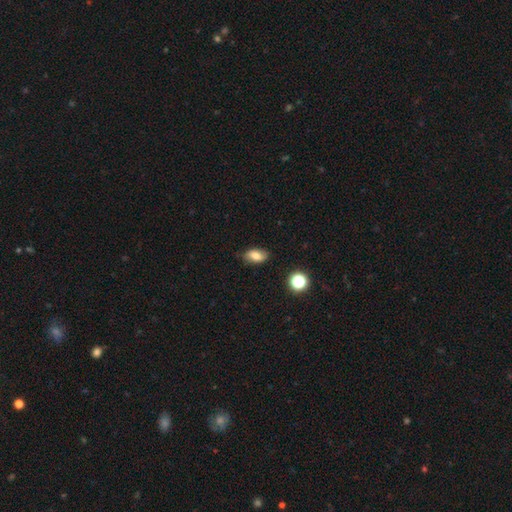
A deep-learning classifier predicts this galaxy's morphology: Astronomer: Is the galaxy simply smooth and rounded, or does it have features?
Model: smooth — 77%.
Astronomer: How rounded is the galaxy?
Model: in between — 89%.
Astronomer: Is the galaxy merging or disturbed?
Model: none — 82%.